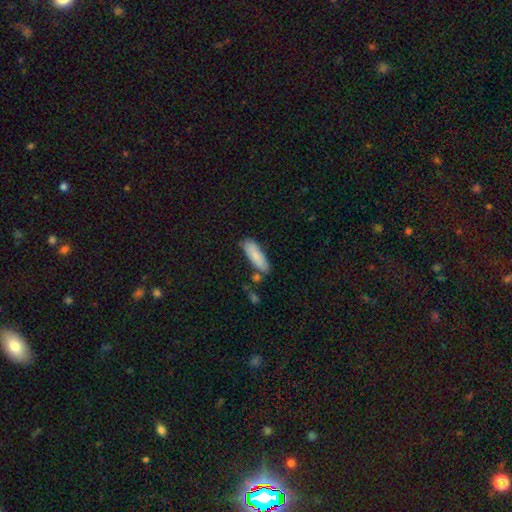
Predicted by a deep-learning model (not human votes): A smooth galaxy with no disk features (81%) that is in between round and cigar-shaped (54%).

Vote fractions:
- Smooth or featured? smooth: 81% / featured or disk: 13% / star or artifact: 6%
- How rounded? in between: 54% / cigar-shaped: 44% / round: 2%
- Merging? none: 73% / minor disturbance: 17% / merger: 7% / major disturbance: 3%